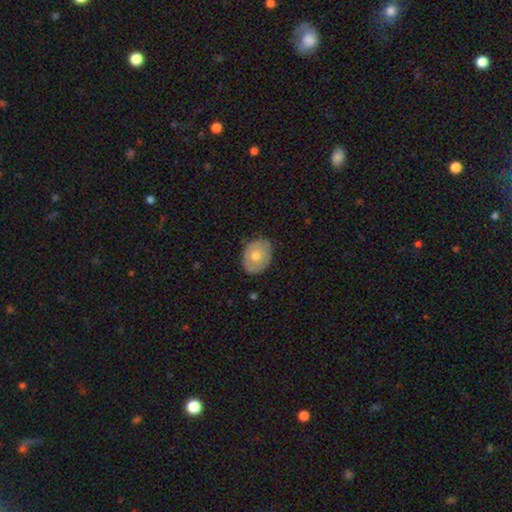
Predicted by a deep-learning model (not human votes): Q: Smooth or featured?
A: smooth (62%); runner-up: featured or disk (31%)
Q: How rounded?
A: in between (61%); runner-up: round (39%)
Q: Merging?
A: none (80%); runner-up: minor disturbance (16%)